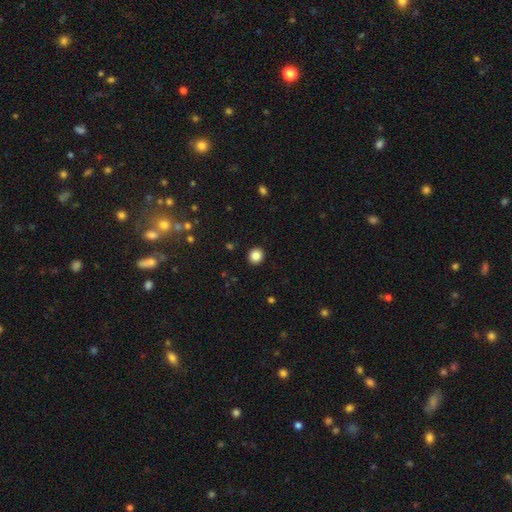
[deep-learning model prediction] smooth-or-featured: smooth: 85% | star or artifact: 10% | featured or disk: 4%
  how-rounded: round: 87% | in between: 12% | cigar-shaped: 1%
  merging: none: 93% | minor disturbance: 5% | major disturbance: 2% | merger: 1%